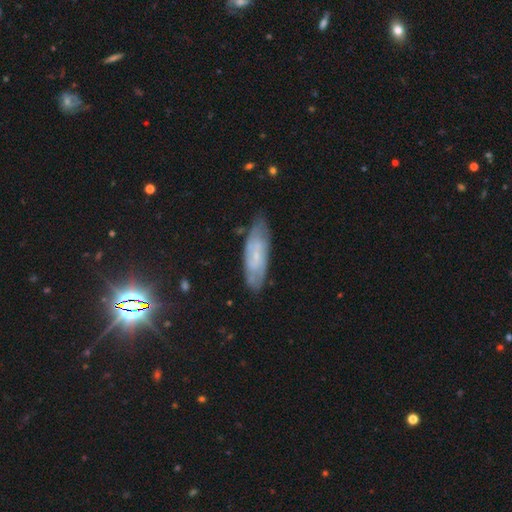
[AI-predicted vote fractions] Smooth or featured? featured or disk (62%)
Edge-on disk? no (80%)
Merging? none (74%)